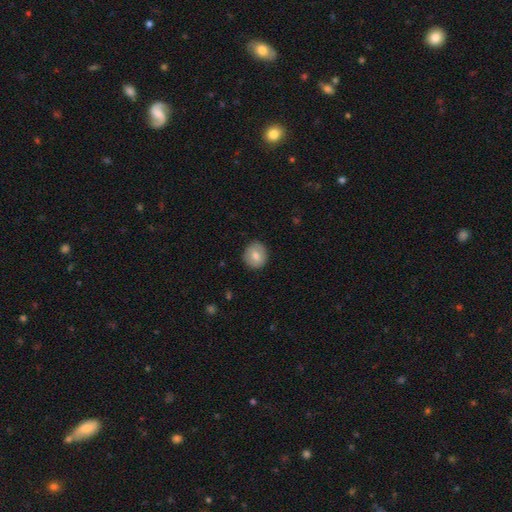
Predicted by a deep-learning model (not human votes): Smooth or featured?
  - smooth: 76% *
  - featured or disk: 16%
  - star or artifact: 7%
How rounded?
  - round: 87% *
  - in between: 12%
  - cigar-shaped: 1%
Merging?
  - none: 88% *
  - minor disturbance: 9%
  - major disturbance: 2%
  - merger: 1%